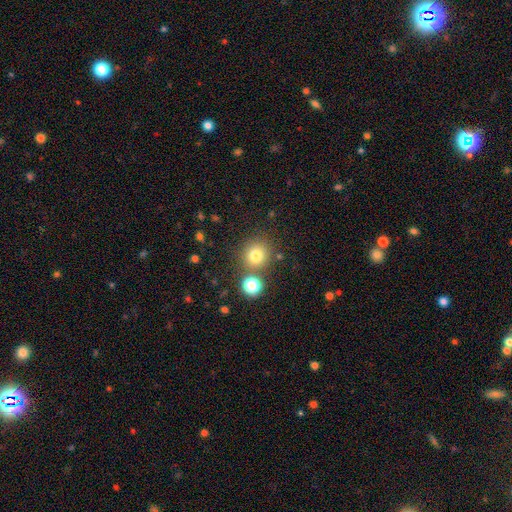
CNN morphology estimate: A smooth galaxy with no disk features (76%) that is round (90%). Merging: none (75%).